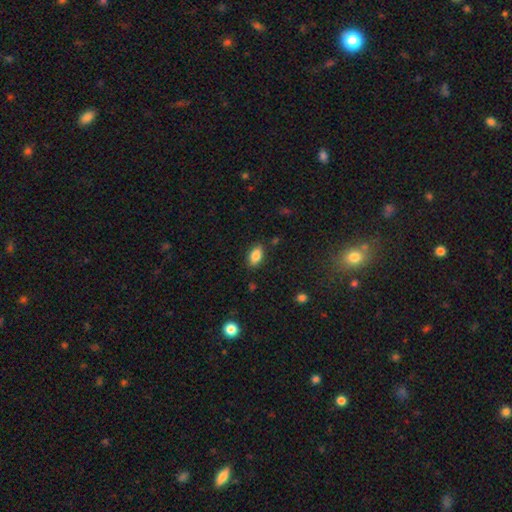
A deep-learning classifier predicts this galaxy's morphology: smooth_or_featured: smooth (p=0.85) [alt: star or artifact p=0.08]
how_rounded: in between (p=0.90) [alt: round p=0.06]
merging: none (p=0.85) [alt: minor disturbance p=0.11]